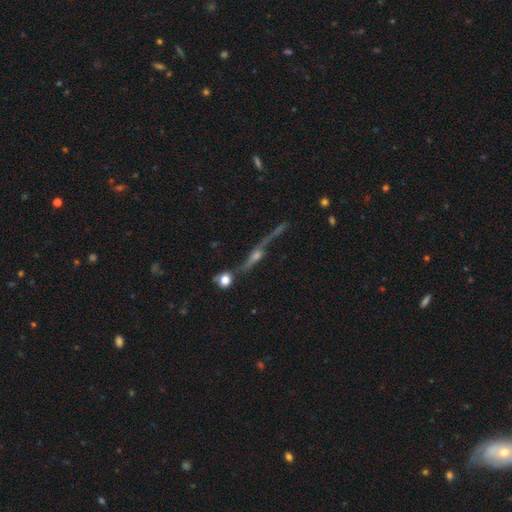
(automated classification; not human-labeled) This appears to be a featured or disk galaxy (75%) viewed edge-on (80%) with a rounded central bulge (87%). Merging: none (58%).